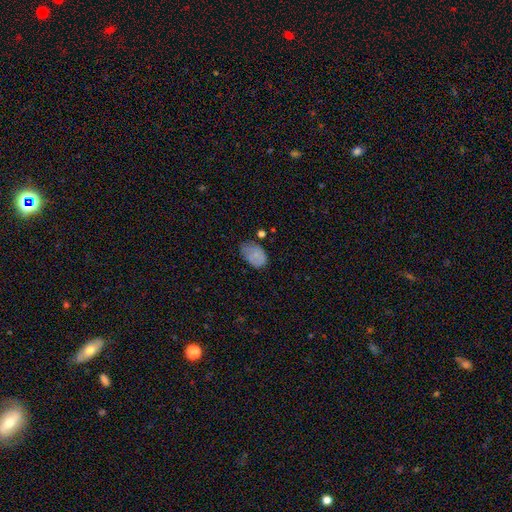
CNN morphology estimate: Smooth or featured? smooth (74%)
How rounded? in between (84%)
Merging? none (41%, tied with minor disturbance)